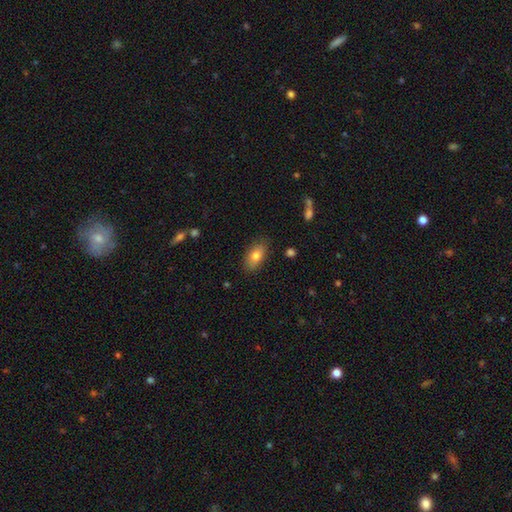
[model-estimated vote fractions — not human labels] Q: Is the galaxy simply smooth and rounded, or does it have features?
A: smooth — 79%.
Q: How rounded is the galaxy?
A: in between — 90%.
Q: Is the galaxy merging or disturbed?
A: none — 84%.